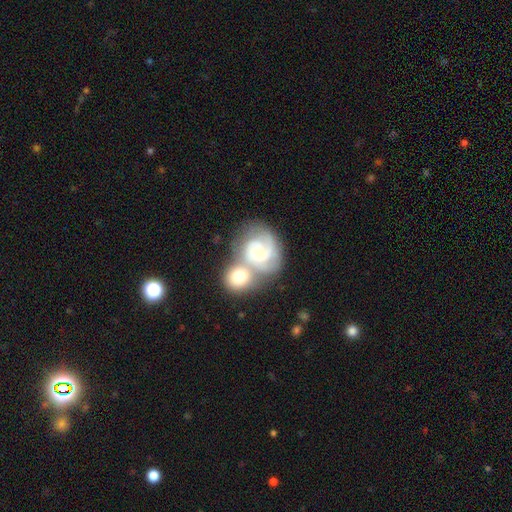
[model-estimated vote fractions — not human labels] The model was most divided on "merging": merger: 46%, none: 37%, minor disturbance: 11%, major disturbance: 6%. More confident: edge-on disk — no (97%); spiral arms — yes (92%); smooth or featured — featured or disk (73%); bar — no (58%); spiral winding — tight (55%); bulge size — small (52%); spiral arm count — 2 (50%).